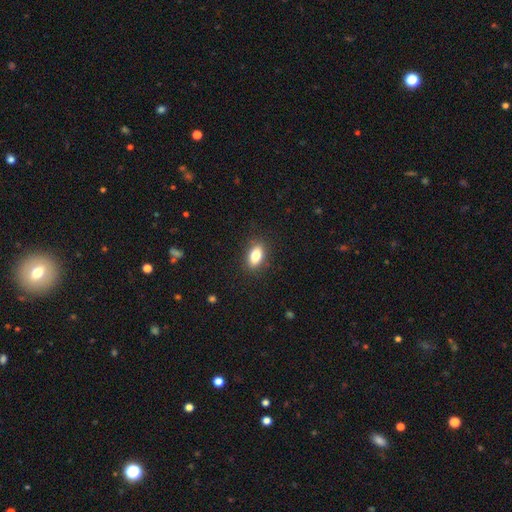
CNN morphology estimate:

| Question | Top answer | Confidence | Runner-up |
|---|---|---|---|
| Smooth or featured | smooth | 81% | featured or disk (10%) |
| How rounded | in between | 86% | round (8%) |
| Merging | none | 87% | minor disturbance (10%) |